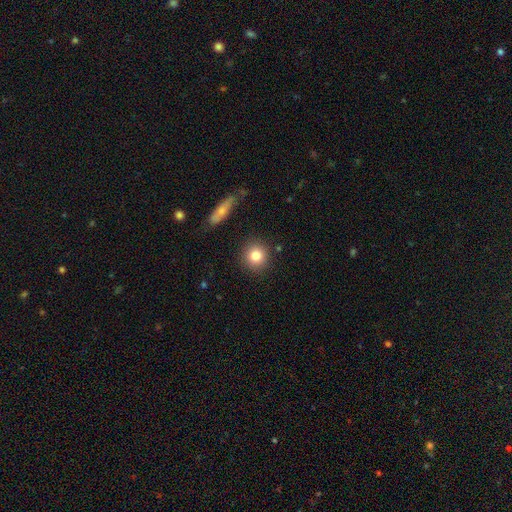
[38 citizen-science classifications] This is likely a smooth galaxy (79%). How rounded: clearly round (93%). Merging: clearly none (91%).